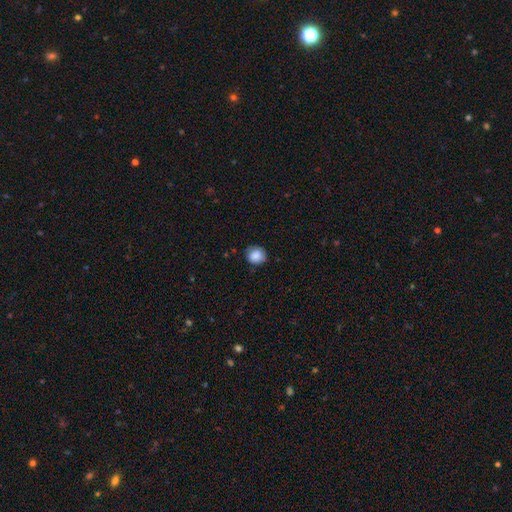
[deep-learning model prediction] This appears to be a smooth galaxy with no disk features (86%) that is round (85%). Merging: none (81%).